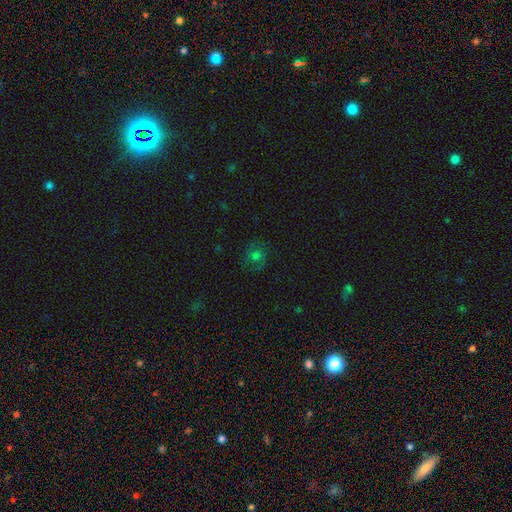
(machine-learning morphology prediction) smooth-or-featured: smooth: 51% | featured or disk: 29% | star or artifact: 20%
  how-rounded: round: 72% | in between: 27% | cigar-shaped: 1%
  merging: none: 68% | minor disturbance: 18% | major disturbance: 12% | merger: 2%